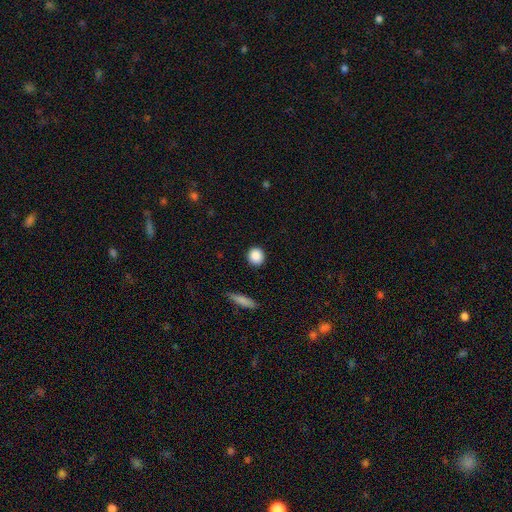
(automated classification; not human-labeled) Smooth or featured? smooth (88%)
How rounded? round (87%)
Merging? none (90%)